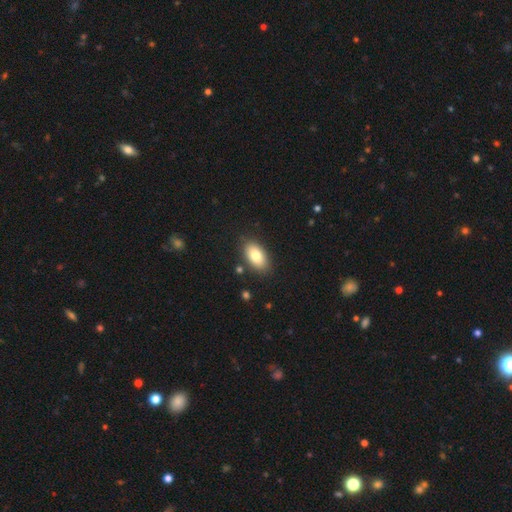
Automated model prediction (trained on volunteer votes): This appears to be a smooth galaxy with no disk features (81%) that is in between round and cigar-shaped (93%). Merging: none (86%).